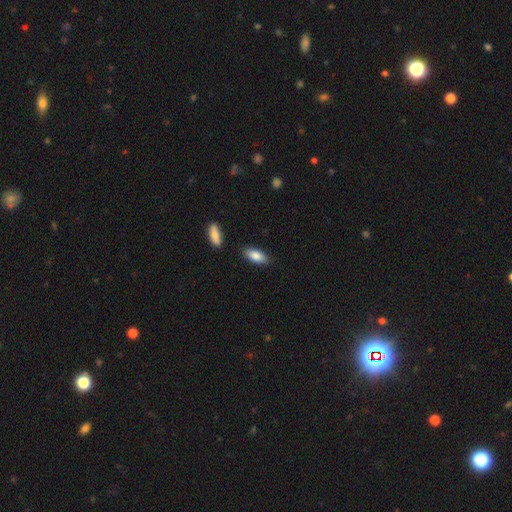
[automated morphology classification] A smooth galaxy with no disk features (84%) that is in between round and cigar-shaped (84%). Merging: none (85%).